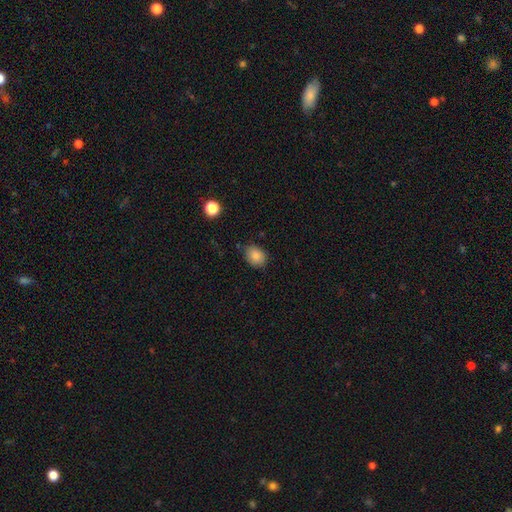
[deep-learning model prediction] The model was most divided on "how rounded": in between: 54%, round: 45%, cigar-shaped: 1%. More confident: smooth or featured — smooth (85%); merging — none (81%).